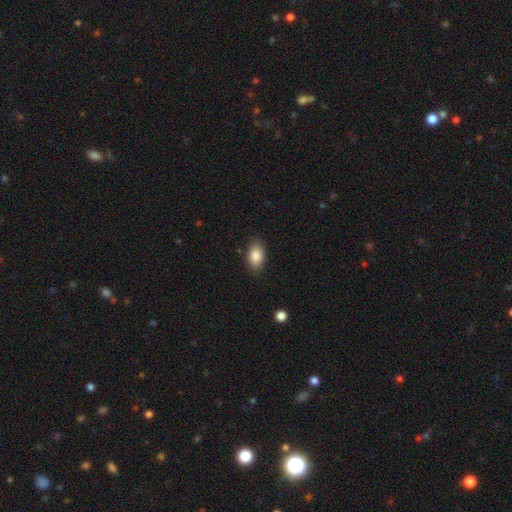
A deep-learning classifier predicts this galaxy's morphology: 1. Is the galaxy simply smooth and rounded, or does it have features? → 87% smooth, 7% star or artifact, 6% featured or disk.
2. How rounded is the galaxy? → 90% in between, 8% round, 2% cigar-shaped.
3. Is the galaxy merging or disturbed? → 84% none, 12% minor disturbance, 3% major disturbance, 1% merger.